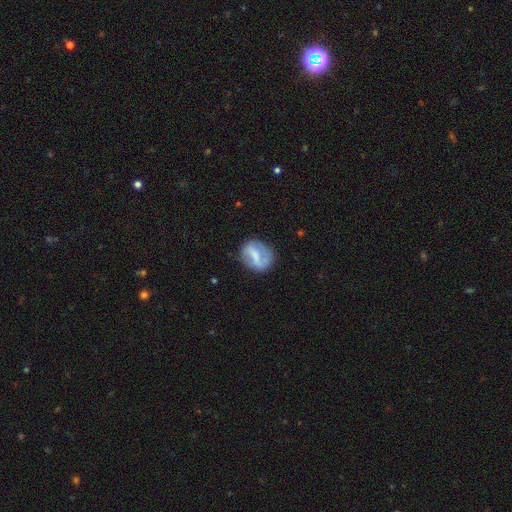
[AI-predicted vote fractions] The model was most divided on "smooth or featured": smooth: 50%, featured or disk: 43%, star or artifact: 8%. More confident: merging — none (67%).